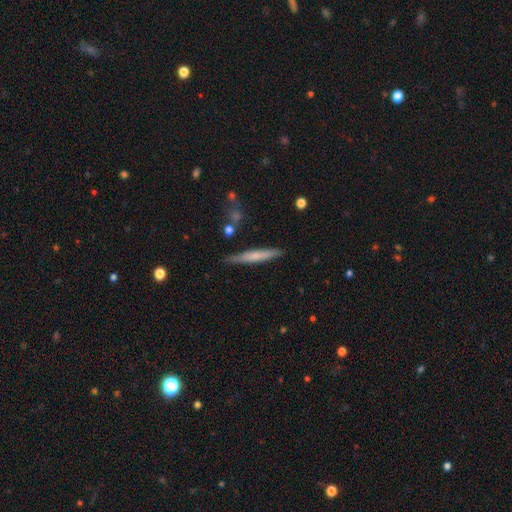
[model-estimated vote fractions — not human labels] This is possibly a smooth galaxy (55%). How rounded: clearly cigar-shaped (94%). Merging: clearly none (84%).